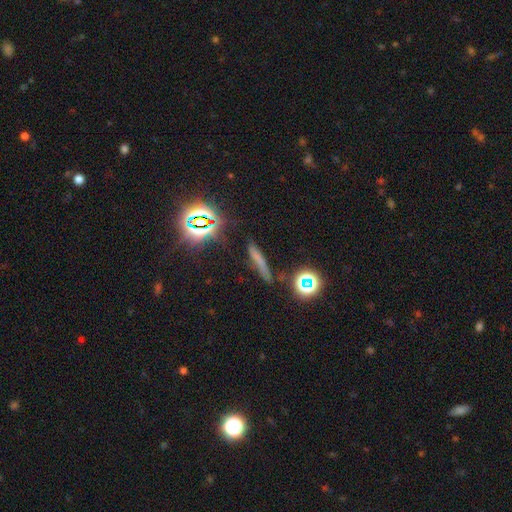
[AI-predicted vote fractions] smooth_or_featured: smooth (p=0.49) [alt: star or artifact p=0.30]
merging: none (p=0.75) [alt: minor disturbance p=0.15]